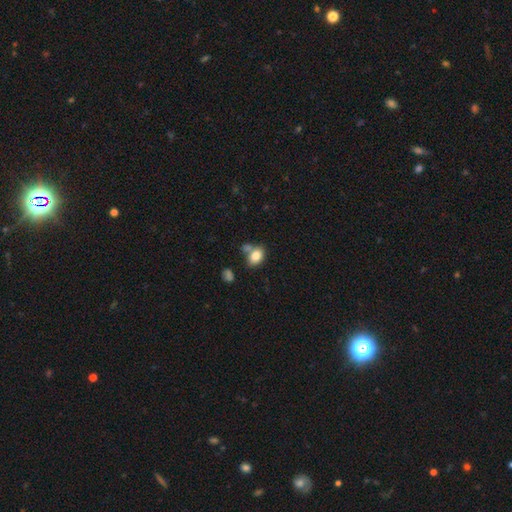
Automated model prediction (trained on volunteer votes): Smooth or featured?
  - smooth: 83% *
  - star or artifact: 9%
  - featured or disk: 9%
How rounded?
  - in between: 77% *
  - round: 21%
  - cigar-shaped: 1%
Merging?
  - none: 56% *
  - merger: 24%
  - minor disturbance: 15%
  - major disturbance: 5%